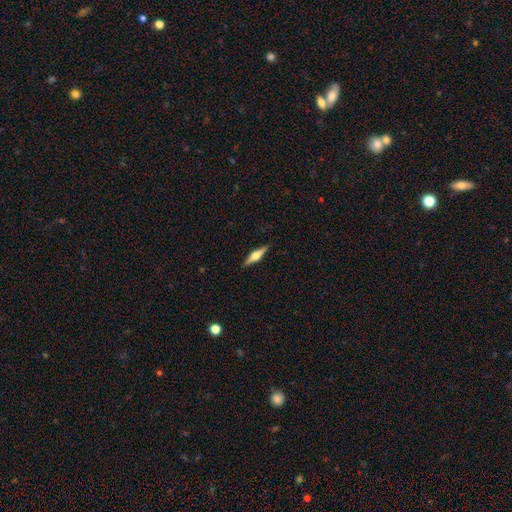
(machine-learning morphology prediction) Smooth or featured? Predicted: featured or disk (p=0.66). Edge-on disk? Predicted: yes (p=0.97). Edge-on bulge? Predicted: rounded (p=0.90). Merging? Predicted: none (p=0.89).